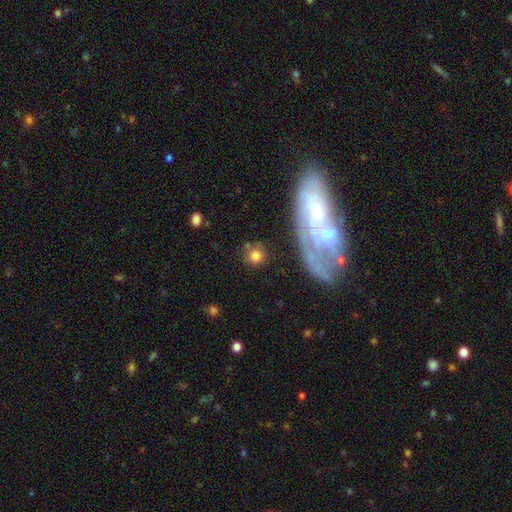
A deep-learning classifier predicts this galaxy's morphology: A smooth galaxy with no disk features (76%) that is round (90%). Merging: none (79%).